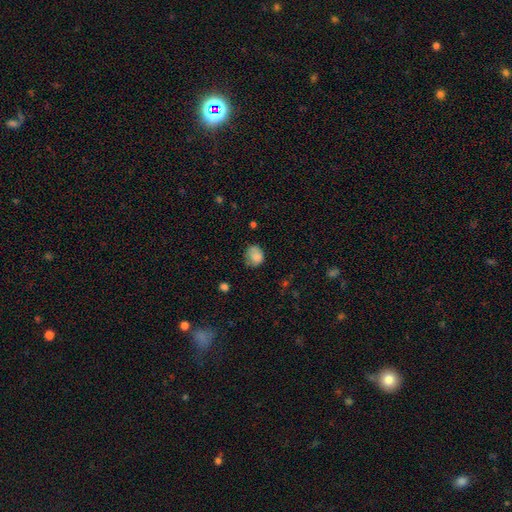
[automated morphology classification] Smooth or featured?
  - smooth: 83% *
  - star or artifact: 9%
  - featured or disk: 8%
How rounded?
  - round: 66% *
  - in between: 33%
  - cigar-shaped: 1%
Merging?
  - none: 53% *
  - minor disturbance: 34%
  - major disturbance: 11%
  - merger: 2%